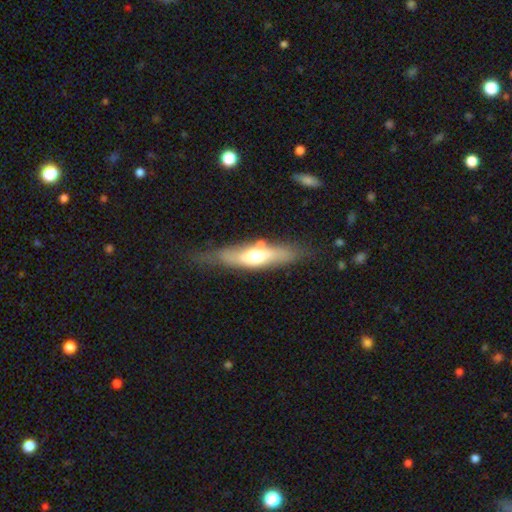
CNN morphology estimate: A featured or disk galaxy (49%). Merging: none (64%).